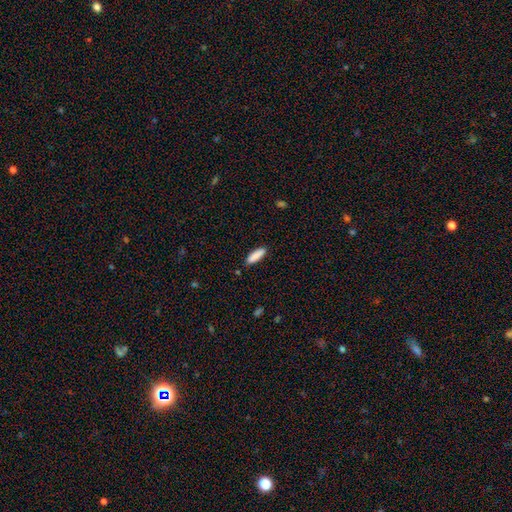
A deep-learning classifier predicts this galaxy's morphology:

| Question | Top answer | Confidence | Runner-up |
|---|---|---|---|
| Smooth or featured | smooth | 89% | star or artifact (6%) |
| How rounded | cigar-shaped | 56% | in between (43%) |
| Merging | none | 87% | minor disturbance (9%) |